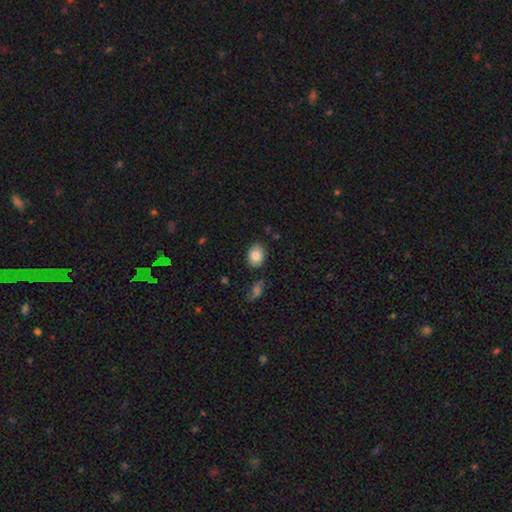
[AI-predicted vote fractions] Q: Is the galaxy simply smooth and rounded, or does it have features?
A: smooth — 84%.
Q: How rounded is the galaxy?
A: in between — 53%.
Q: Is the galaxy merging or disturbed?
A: none — 84%.